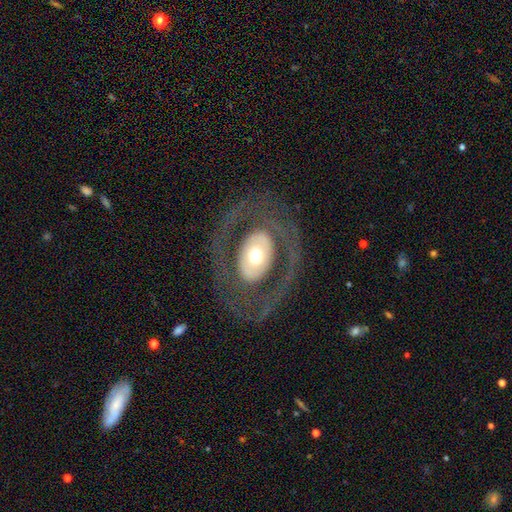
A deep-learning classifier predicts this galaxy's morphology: A featured or disk galaxy (64%) with no bar (82%), no spiral arms (67%) and a moderate central bulge (56%). Merging: none (75%).